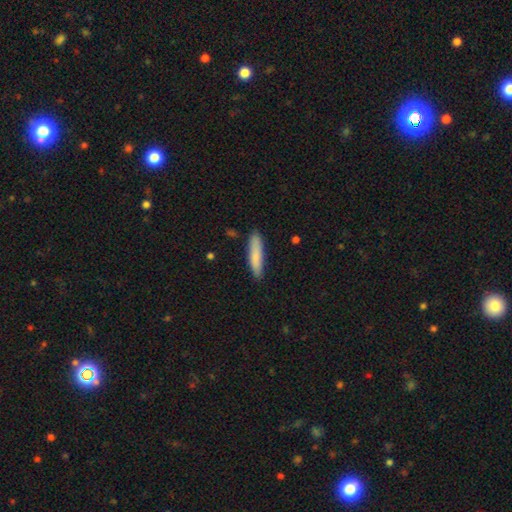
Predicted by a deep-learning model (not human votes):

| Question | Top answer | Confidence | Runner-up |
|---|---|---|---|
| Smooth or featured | smooth | 82% | featured or disk (13%) |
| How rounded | cigar-shaped | 83% | in between (15%) |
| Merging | none | 87% | minor disturbance (10%) |